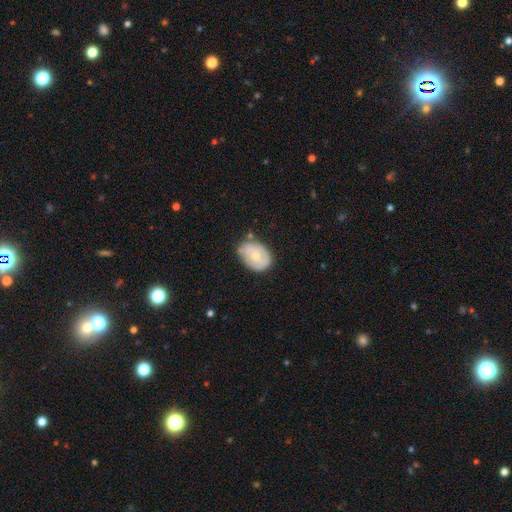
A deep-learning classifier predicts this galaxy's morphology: Smooth or featured? smooth (58%)
How rounded? in between (73%)
Merging? none (60%)